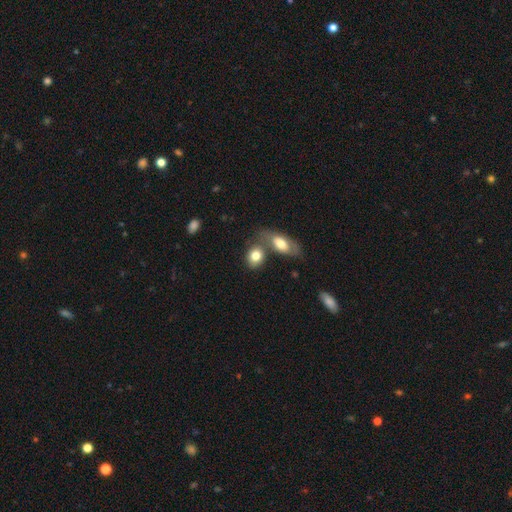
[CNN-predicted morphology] type=smooth (78%); roundness=in between (64%); merging=merger (42%, tied with none).